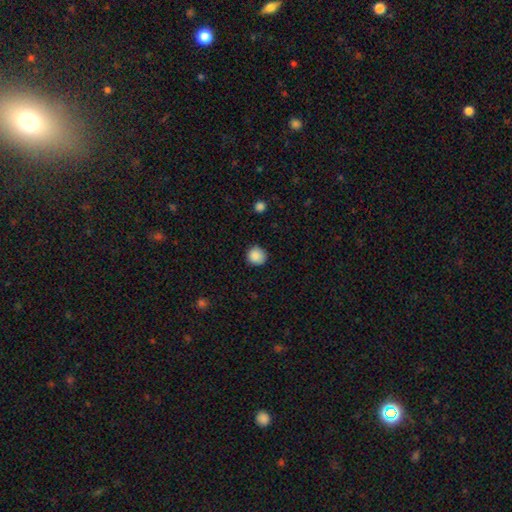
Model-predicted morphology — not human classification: A smooth galaxy with no disk features (88%) that is round (93%).

Vote fractions:
- Smooth or featured? smooth: 88% / star or artifact: 9% / featured or disk: 3%
- How rounded? round: 93% / in between: 6% / cigar-shaped: 1%
- Merging? none: 87% / minor disturbance: 10% / major disturbance: 2% / merger: 1%